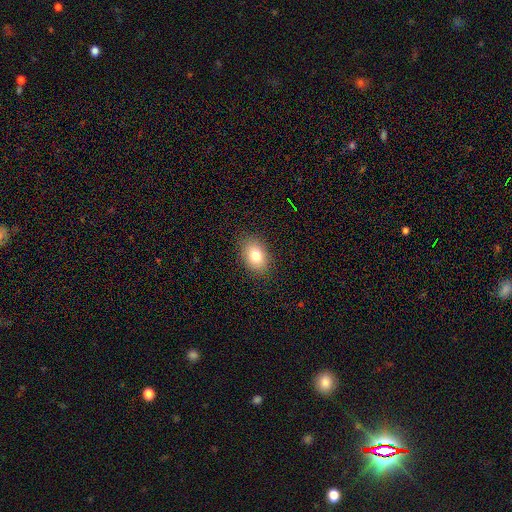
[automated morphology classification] type=smooth (80%); roundness=in between (80%); merging=none (87%).